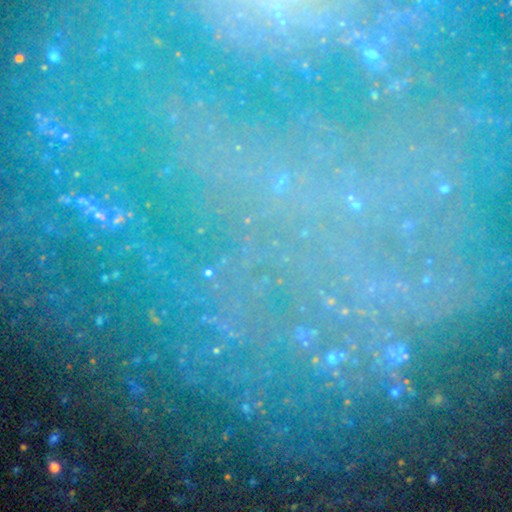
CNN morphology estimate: star or artifact 75%, smooth 13%, featured or disk 12%.